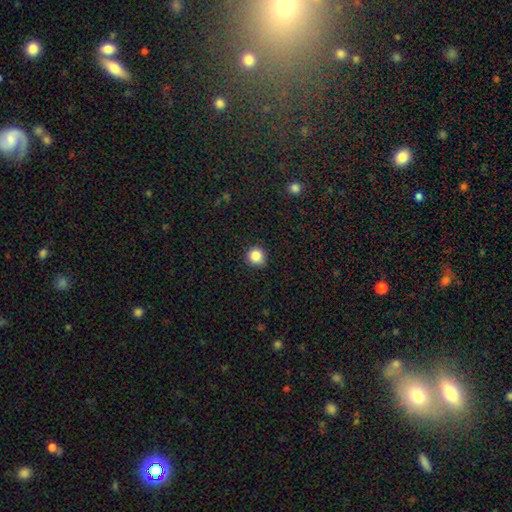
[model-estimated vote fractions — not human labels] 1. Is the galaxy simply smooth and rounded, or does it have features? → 85% smooth, 11% star or artifact, 4% featured or disk.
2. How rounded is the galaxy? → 91% round, 8% in between, 1% cigar-shaped.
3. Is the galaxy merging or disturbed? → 85% none, 12% minor disturbance, 2% major disturbance, 1% merger.